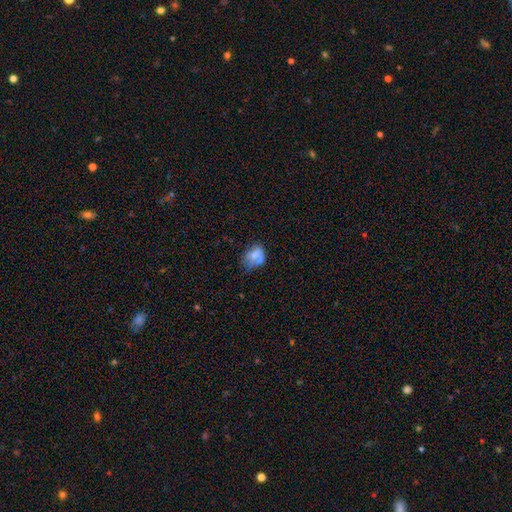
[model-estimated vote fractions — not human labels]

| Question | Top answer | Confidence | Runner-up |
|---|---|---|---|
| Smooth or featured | smooth | 63% | featured or disk (24%) |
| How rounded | in between | 68% | round (31%) |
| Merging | none | 38% | minor disturbance (27%) |